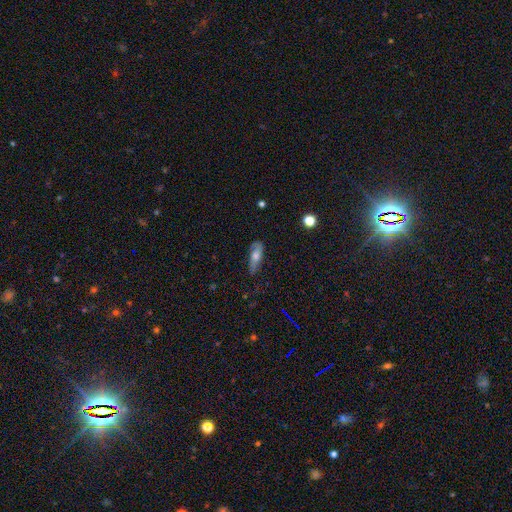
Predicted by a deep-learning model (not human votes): Overall: smooth (55%; featured or disk 37%). How rounded: in between (56%; cigar-shaped 41%). Merging: none (69%).